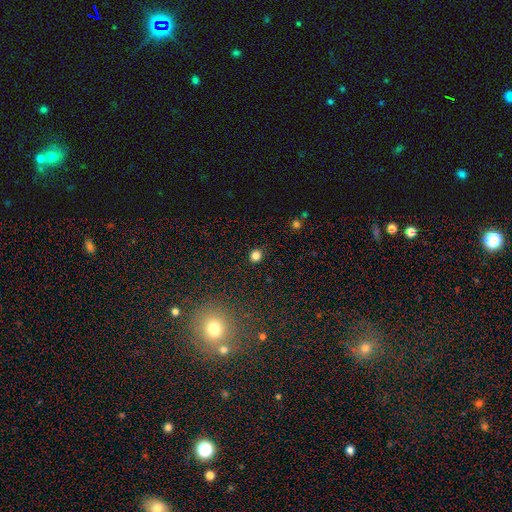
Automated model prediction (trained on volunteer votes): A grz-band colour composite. It shows a smooth galaxy with no disk features (81%) that is round (86%). Merging: none (90%).